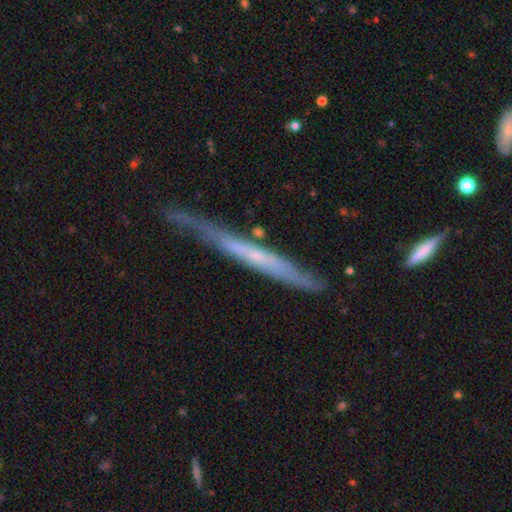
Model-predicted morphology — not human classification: smooth-or-featured: featured or disk: 66% | smooth: 28% | star or artifact: 6%
  disk-edge-on: yes: 90% | no: 10%
    edge-on-bulge: none: 76% | rounded: 19% | boxy: 5%
  merging: none: 62% | minor disturbance: 27% | major disturbance: 7% | merger: 4%